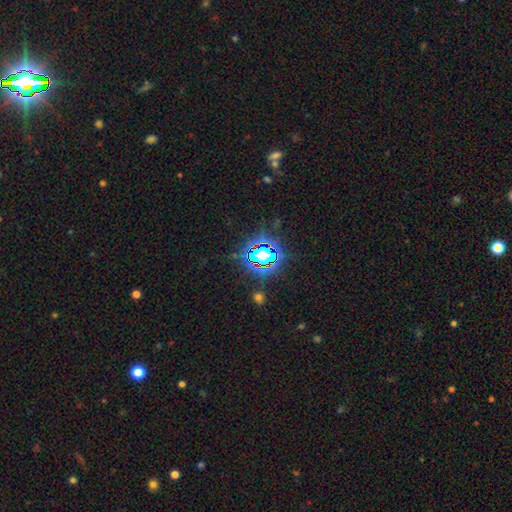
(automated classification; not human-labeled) Smooth or featured: star or artifact — 79% (smooth — 13%)